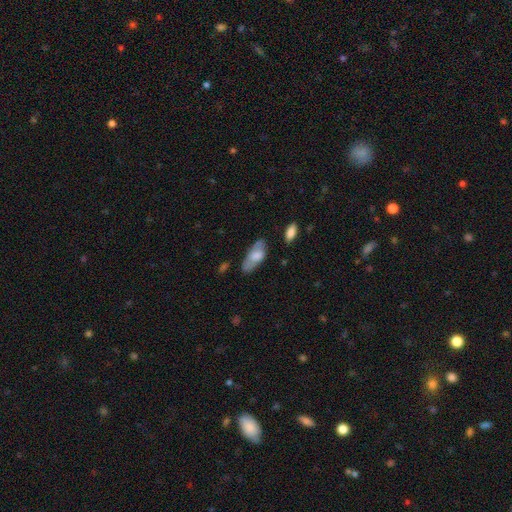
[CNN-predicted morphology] The model was most divided on "smooth or featured": smooth: 63%, featured or disk: 30%, star or artifact: 6%. More confident: how rounded — in between (81%); merging — none (62%).